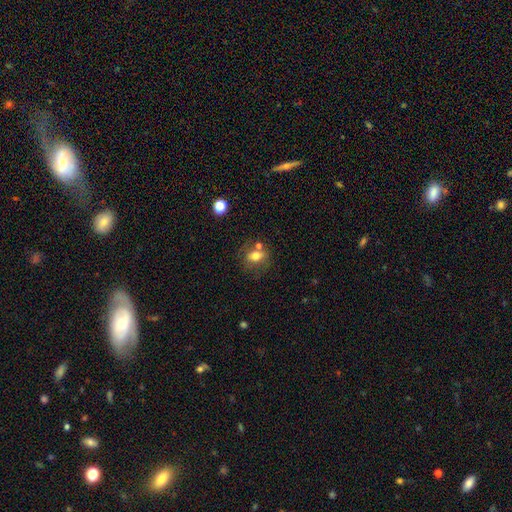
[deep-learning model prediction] Smooth or featured?
  - smooth: 69% *
  - featured or disk: 20%
  - star or artifact: 11%
How rounded?
  - in between: 57% *
  - round: 41%
  - cigar-shaped: 3%
Merging?
  - none: 56% *
  - merger: 19%
  - minor disturbance: 18%
  - major disturbance: 7%